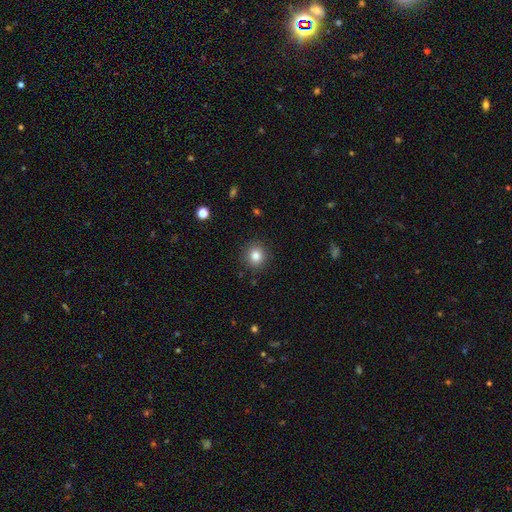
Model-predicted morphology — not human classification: Smooth or featured? smooth (84%)
How rounded? round (85%)
Merging? none (89%)